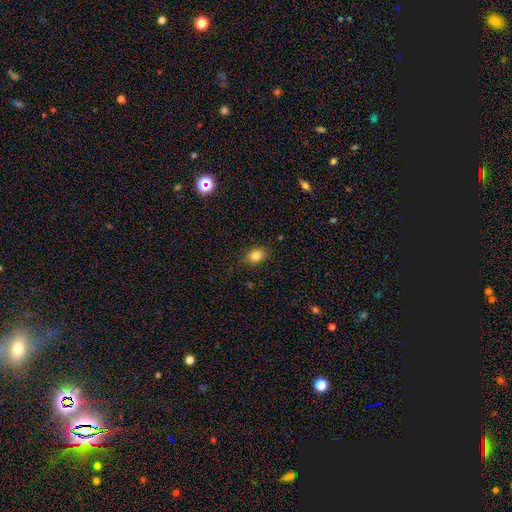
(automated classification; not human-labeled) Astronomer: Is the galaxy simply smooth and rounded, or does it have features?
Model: smooth — 83%.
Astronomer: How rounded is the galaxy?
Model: in between — 52% (runner-up: round, 47%).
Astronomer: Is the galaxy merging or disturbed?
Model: none — 86%.